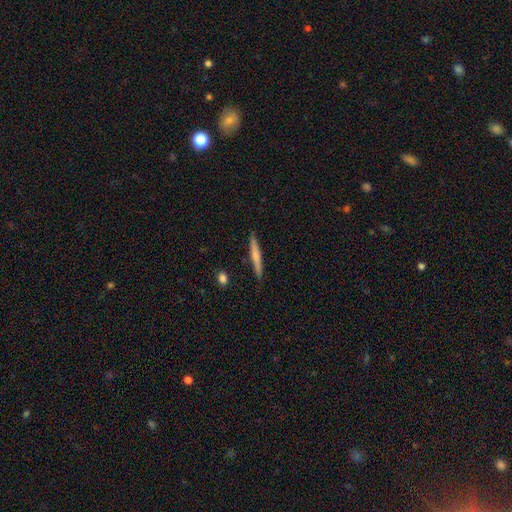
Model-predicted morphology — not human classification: Q: Smooth or featured?
A: smooth (63%); runner-up: featured or disk (31%)
Q: How rounded?
A: cigar-shaped (95%); runner-up: in between (3%)
Q: Merging?
A: none (87%); runner-up: minor disturbance (10%)